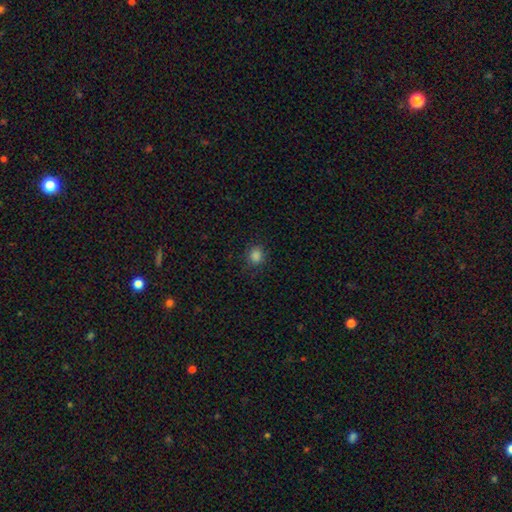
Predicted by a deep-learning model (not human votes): smooth_or_featured: smooth (p=0.84) [alt: star or artifact p=0.13]
how_rounded: round (p=0.83) [alt: in between p=0.16]
merging: none (p=0.86) [alt: minor disturbance p=0.10]